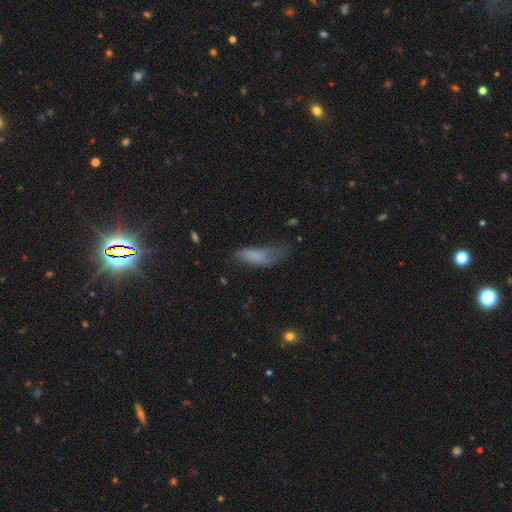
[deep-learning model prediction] Smooth or featured? smooth (64%)
How rounded? in between (64%)
Merging? major disturbance (39%)